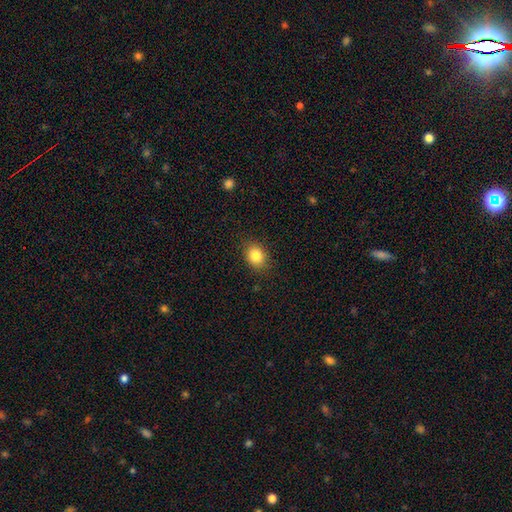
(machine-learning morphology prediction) The model was most divided on "how rounded": in between: 51%, round: 48%, cigar-shaped: 1%. More confident: merging — none (87%); smooth or featured — smooth (84%).